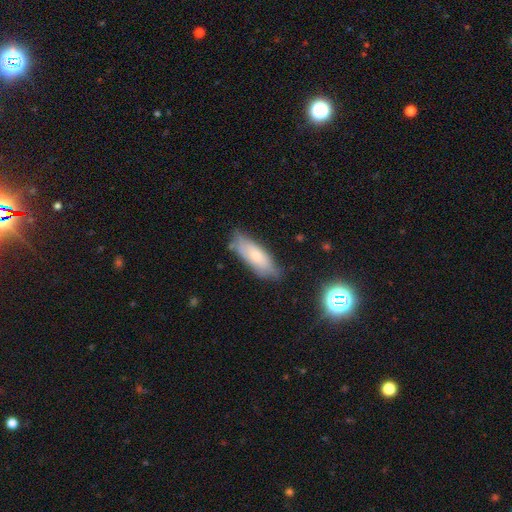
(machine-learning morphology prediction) type=smooth (66%); roundness=in between (65%); merging=none (67%).